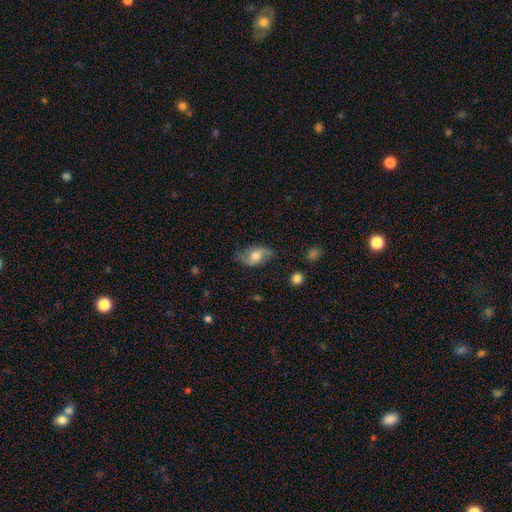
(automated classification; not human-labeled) smooth-or-featured: featured or disk: 51% | smooth: 41% | star or artifact: 8%
  disk-edge-on: no: 90% | yes: 10%
  merging: none: 66% | minor disturbance: 24% | major disturbance: 8% | merger: 2%